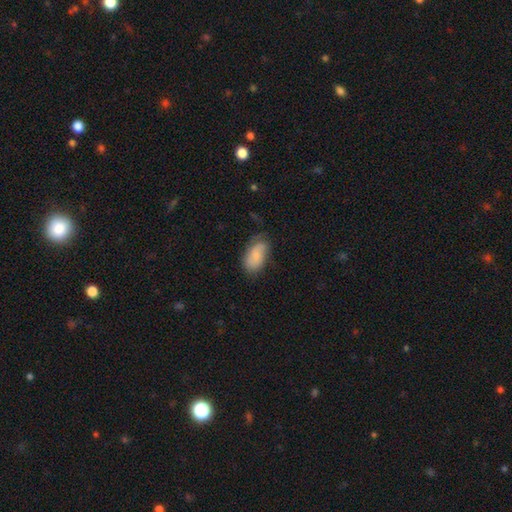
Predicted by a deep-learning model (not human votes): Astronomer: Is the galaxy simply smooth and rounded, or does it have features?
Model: smooth — 74%.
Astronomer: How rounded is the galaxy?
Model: in between — 93%.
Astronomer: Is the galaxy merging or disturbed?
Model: none — 61%.